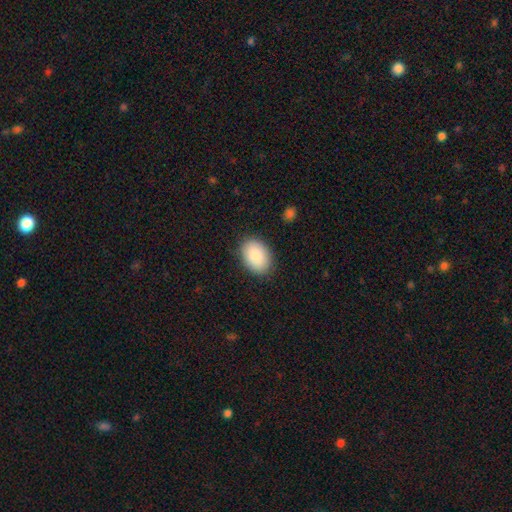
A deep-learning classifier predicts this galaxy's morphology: Smooth or featured? Predicted: smooth (p=0.88). How rounded? Predicted: in between (p=0.83). Merging? Predicted: none (p=0.87).